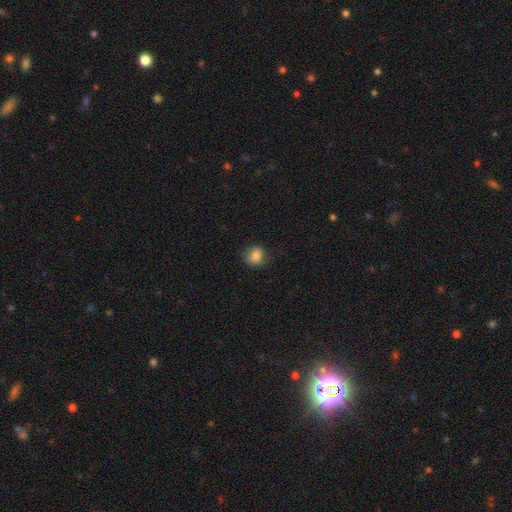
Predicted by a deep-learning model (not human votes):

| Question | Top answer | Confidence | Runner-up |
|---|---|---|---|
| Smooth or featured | smooth | 83% | star or artifact (10%) |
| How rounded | round | 72% | in between (27%) |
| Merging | none | 76% | minor disturbance (18%) |